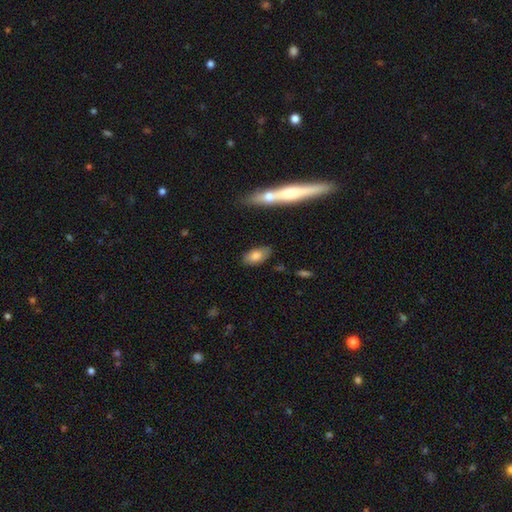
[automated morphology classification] smooth 78%, featured or disk 16%, star or artifact 7%. Down the decision tree: how rounded — in between (90%); merging — none (81%).